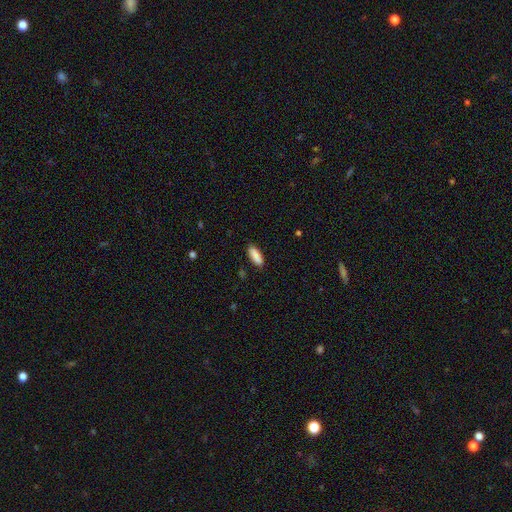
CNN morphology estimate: Smooth or featured? Predicted: smooth (p=0.87). How rounded? Predicted: in between (p=0.64). Merging? Predicted: none (p=0.85).